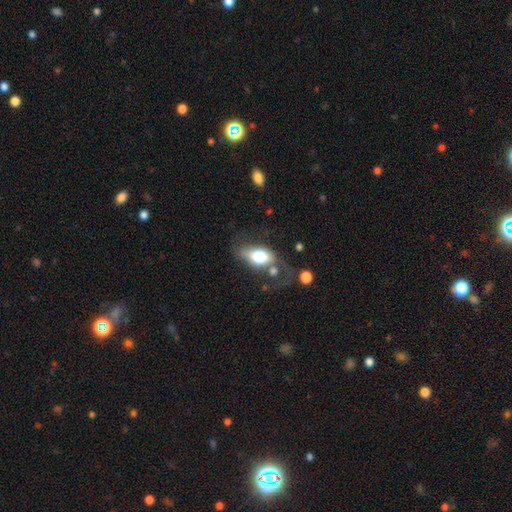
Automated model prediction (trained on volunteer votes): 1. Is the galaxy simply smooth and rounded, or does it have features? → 53% smooth, 38% featured or disk, 9% star or artifact.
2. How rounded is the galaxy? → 81% in between, 11% round, 9% cigar-shaped.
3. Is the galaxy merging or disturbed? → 41% none, 25% major disturbance, 22% minor disturbance, 11% merger.